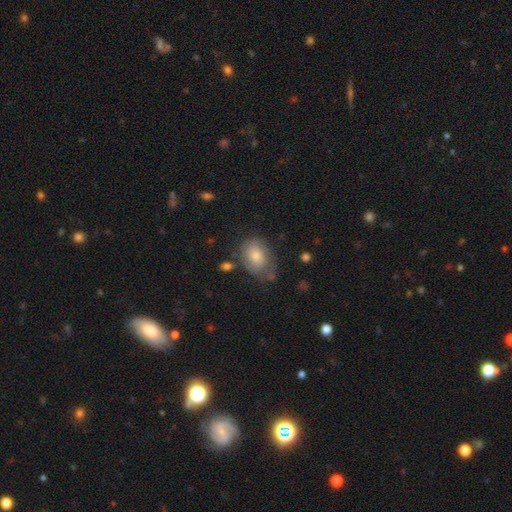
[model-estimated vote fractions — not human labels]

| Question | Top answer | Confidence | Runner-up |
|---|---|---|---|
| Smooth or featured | smooth | 63% | featured or disk (27%) |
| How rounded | in between | 67% | round (32%) |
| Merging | none | 58% | minor disturbance (28%) |